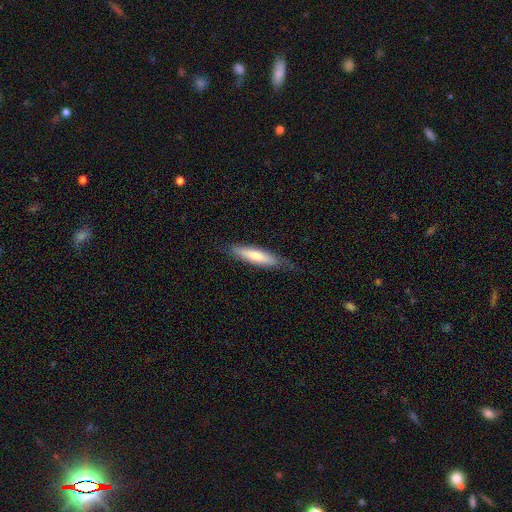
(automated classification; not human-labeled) Smooth or featured: smooth — 66% (featured or disk — 28%)
How rounded: cigar-shaped — 75% (in between — 24%)
Merging: none — 74% (minor disturbance — 20%)